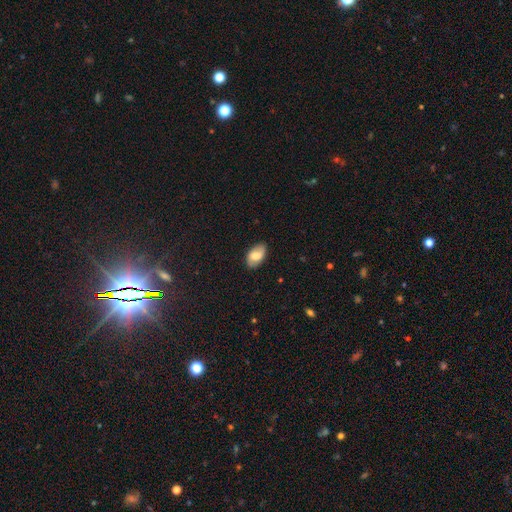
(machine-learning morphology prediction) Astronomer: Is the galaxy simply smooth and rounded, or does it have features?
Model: smooth — 65%.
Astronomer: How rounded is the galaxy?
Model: in between — 93%.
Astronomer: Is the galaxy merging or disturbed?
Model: none — 83%.